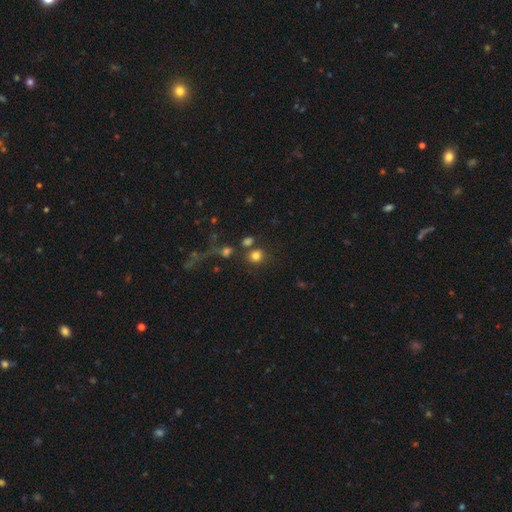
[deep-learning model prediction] Morphology: type=smooth (79%); roundness=round (75%); merging=none (67%).